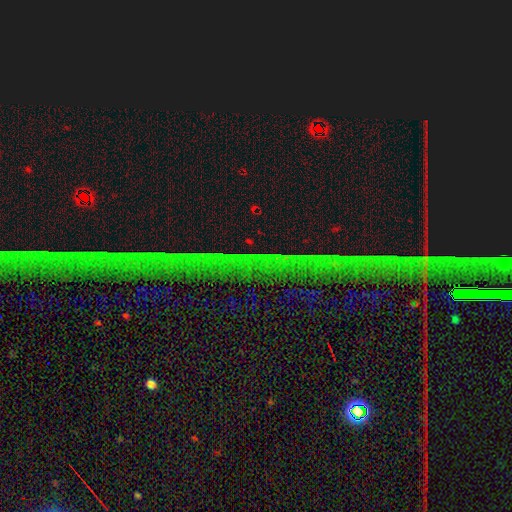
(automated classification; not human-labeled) Morphology: type=star or artifact (75%).